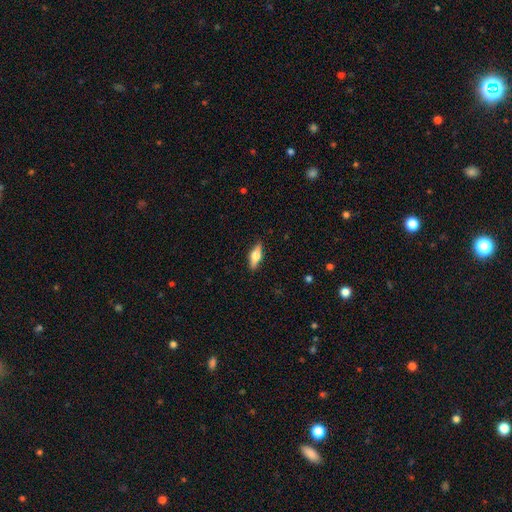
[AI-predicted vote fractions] Smooth or featured?
  - featured or disk: 48% *
  - smooth: 46%
  - star or artifact: 7%
Merging?
  - none: 87% *
  - minor disturbance: 10%
  - major disturbance: 2%
  - merger: 1%